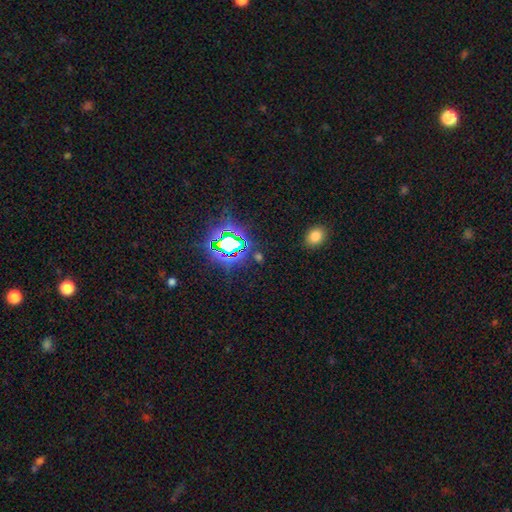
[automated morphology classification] This appears to be a star or artifact, not a galaxy (72%).